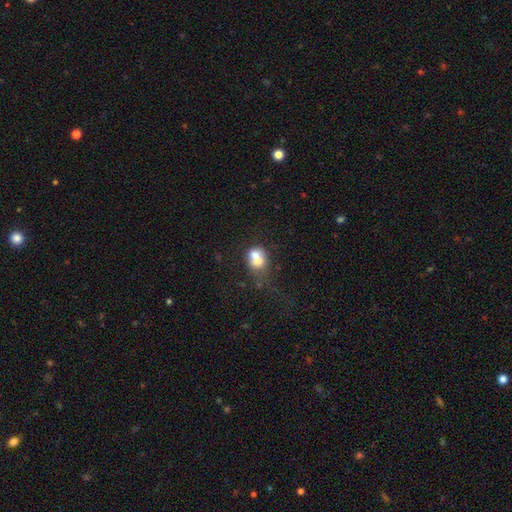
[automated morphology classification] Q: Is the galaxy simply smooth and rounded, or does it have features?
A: smooth — 63%.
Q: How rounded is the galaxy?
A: round — 54%.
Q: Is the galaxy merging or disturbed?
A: merger — 58%.